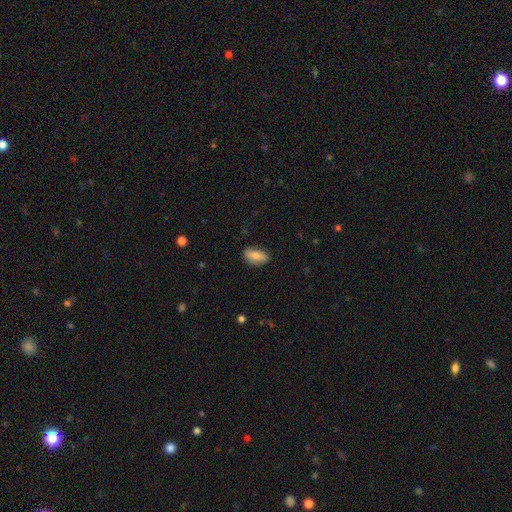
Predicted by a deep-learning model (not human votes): The model was most divided on "smooth or featured": smooth: 77%, featured or disk: 16%, star or artifact: 7%. More confident: how rounded — in between (88%); merging — none (81%).